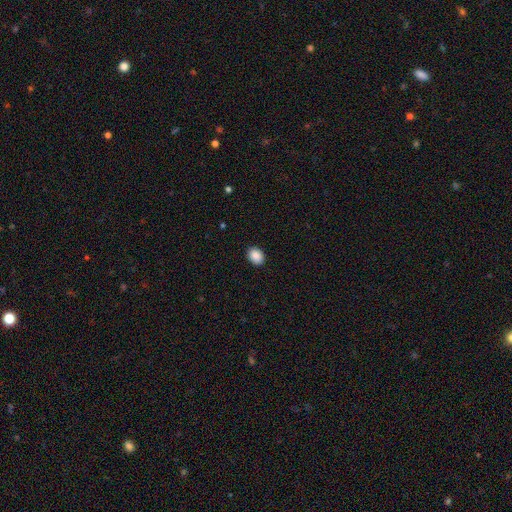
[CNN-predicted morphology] A smooth galaxy with no disk features (89%) that is in between round and cigar-shaped (65%). Merging: none (91%).